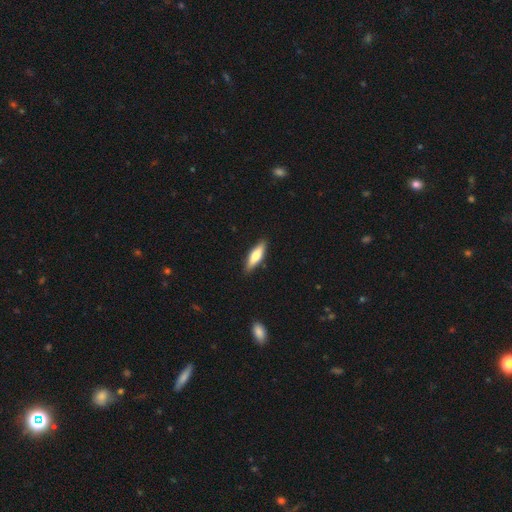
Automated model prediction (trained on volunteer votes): A smooth galaxy with no disk features (66%) that is cigar-shaped (57%).

Vote fractions:
- Smooth or featured? smooth: 66% / featured or disk: 29% / star or artifact: 5%
- How rounded? cigar-shaped: 57% / in between: 41% / round: 2%
- Merging? none: 87% / minor disturbance: 10% / major disturbance: 2% / merger: 1%